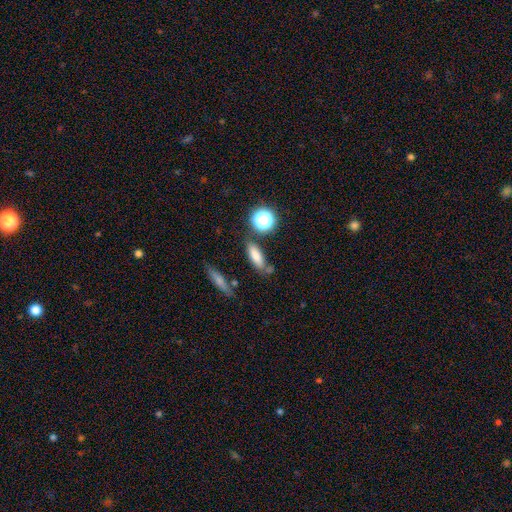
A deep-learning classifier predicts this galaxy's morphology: A smooth galaxy with no disk features (76%) that is in between round and cigar-shaped (53%). Merging: none (68%).